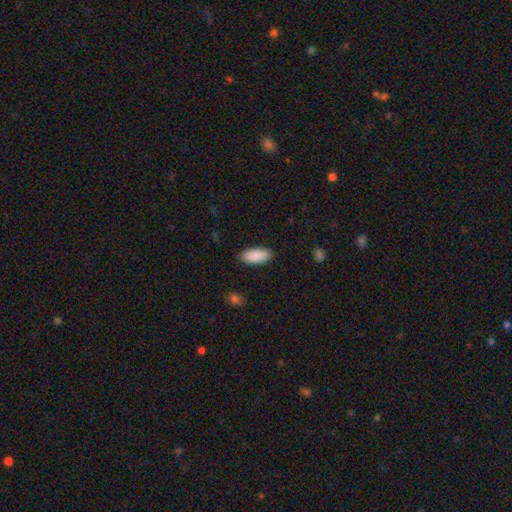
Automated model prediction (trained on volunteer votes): Q: Smooth or featured?
A: smooth (90%); runner-up: star or artifact (6%)
Q: How rounded?
A: in between (87%); runner-up: cigar-shaped (12%)
Q: Merging?
A: none (85%); runner-up: minor disturbance (11%)